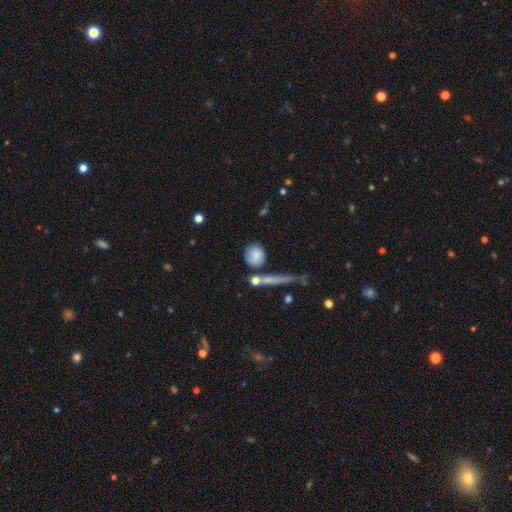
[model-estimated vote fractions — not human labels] Smooth or featured: smooth — 73% (featured or disk — 19%)
How rounded: round — 77% (in between — 18%)
Merging: none — 61% (minor disturbance — 17%)